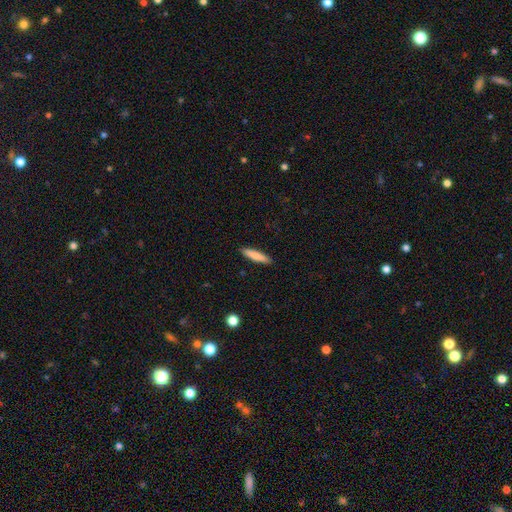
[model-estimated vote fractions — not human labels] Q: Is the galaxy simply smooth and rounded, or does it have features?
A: smooth — 80%.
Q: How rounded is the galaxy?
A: cigar-shaped — 86%.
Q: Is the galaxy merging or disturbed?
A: none — 91%.